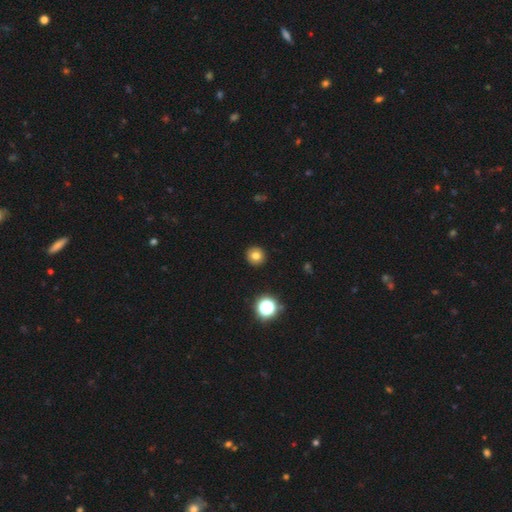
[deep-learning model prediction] The model was most divided on "smooth or featured": smooth: 78%, star or artifact: 14%, featured or disk: 8%. More confident: how rounded — round (95%); merging — none (93%).